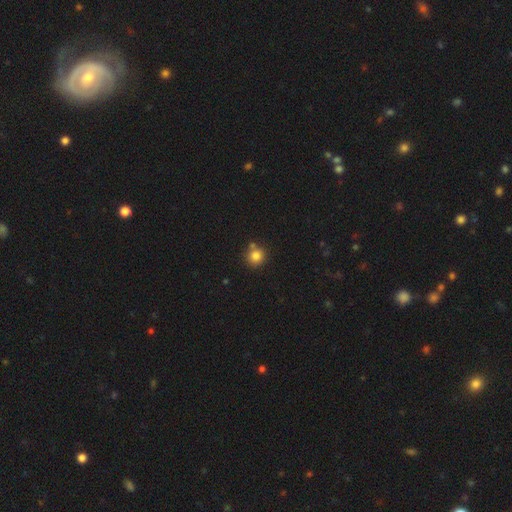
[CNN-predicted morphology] type=smooth (83%); roundness=round (91%); merging=none (71%).